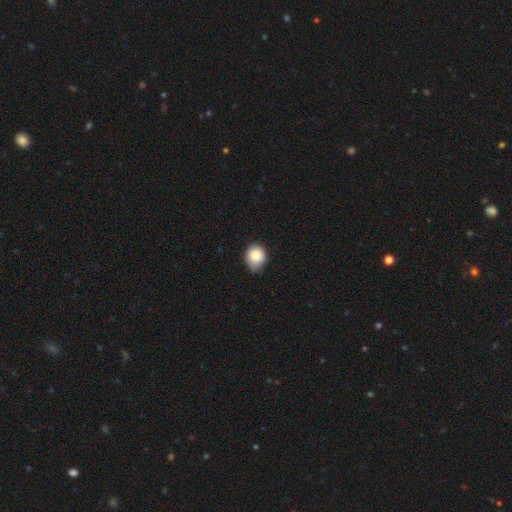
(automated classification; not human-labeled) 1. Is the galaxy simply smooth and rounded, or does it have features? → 86% smooth, 8% star or artifact, 6% featured or disk.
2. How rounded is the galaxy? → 64% round, 35% in between, 1% cigar-shaped.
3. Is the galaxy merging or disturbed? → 55% none, 38% minor disturbance, 6% major disturbance, 2% merger.